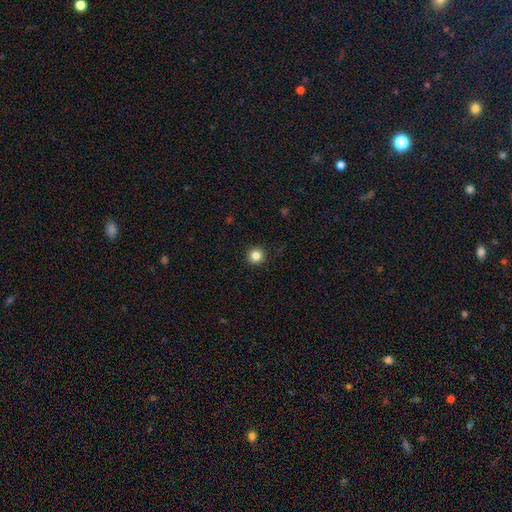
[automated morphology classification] Overall: smooth (84%). How rounded: round (94%). Merging: none (92%).